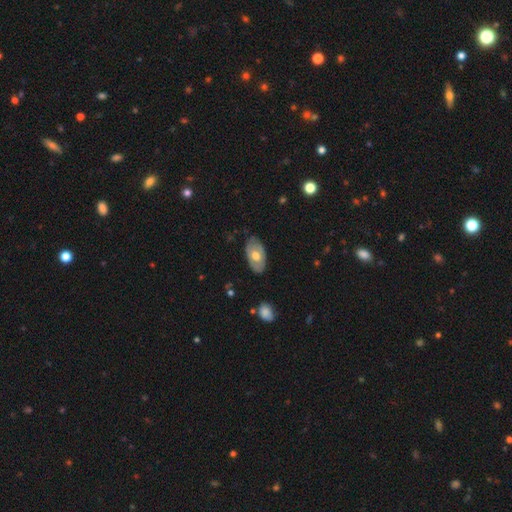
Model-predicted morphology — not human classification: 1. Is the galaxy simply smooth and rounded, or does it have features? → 53% smooth, 42% featured or disk, 5% star or artifact.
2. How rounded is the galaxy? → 93% in between, 5% round, 2% cigar-shaped.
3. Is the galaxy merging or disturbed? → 79% none, 17% minor disturbance, 3% major disturbance, 1% merger.